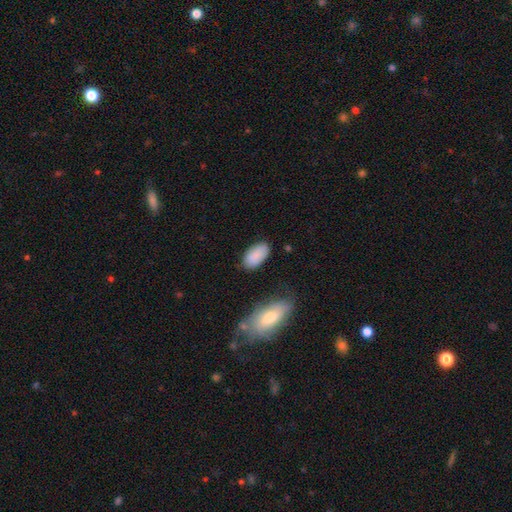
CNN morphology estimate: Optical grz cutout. It shows a smooth galaxy with no disk features (88%) that is in between round and cigar-shaped (95%). Merging: none (78%).